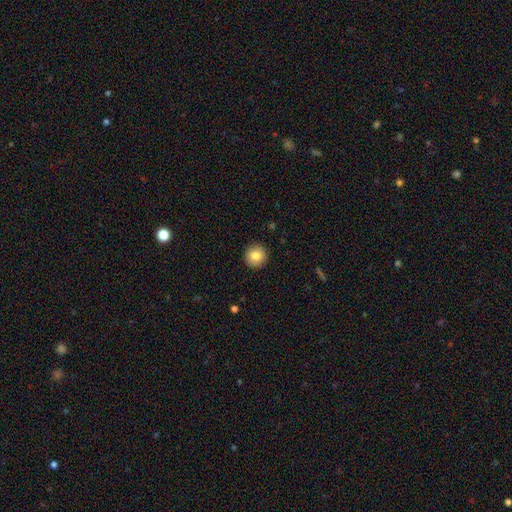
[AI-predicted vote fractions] Q: Smooth or featured?
A: smooth (82%); runner-up: featured or disk (10%)
Q: How rounded?
A: round (94%); runner-up: in between (5%)
Q: Merging?
A: none (92%); runner-up: minor disturbance (5%)